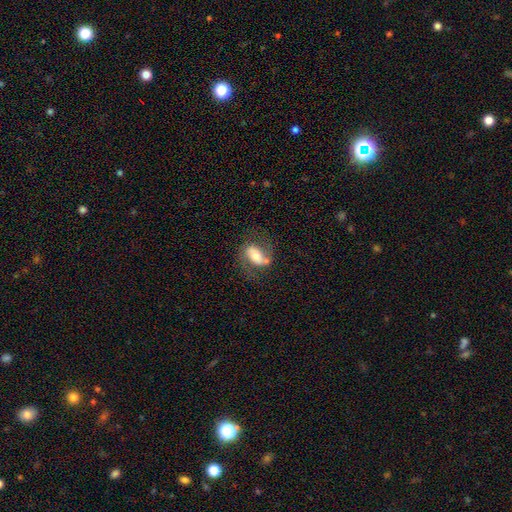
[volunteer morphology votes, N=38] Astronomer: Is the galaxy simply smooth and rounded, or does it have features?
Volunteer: smooth — 55% (runner-up: featured or disk, 37%).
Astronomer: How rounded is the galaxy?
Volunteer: in between — 90%.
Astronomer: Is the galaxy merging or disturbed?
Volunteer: none — 46%.